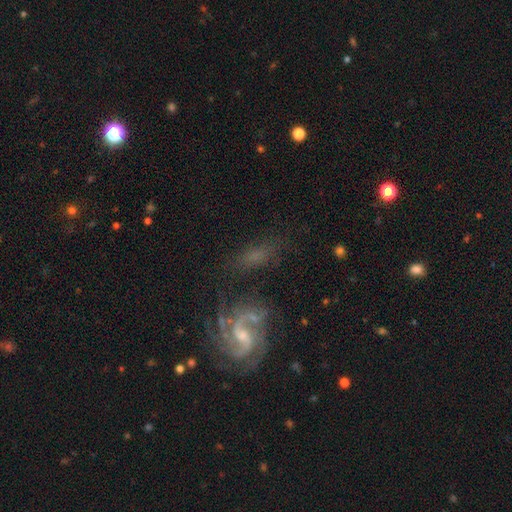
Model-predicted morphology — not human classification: Smooth or featured? Predicted: featured or disk (p=0.62). Edge-on disk? Predicted: no (p=0.91). Bar? Predicted: weak (p=0.47). Spiral arms? Predicted: yes (p=0.91). Spiral winding? Predicted: medium (p=0.48). Spiral arm count? Predicted: 2 (p=0.46). Bulge size? Predicted: small (p=0.55). Merging? Predicted: none (p=0.61).